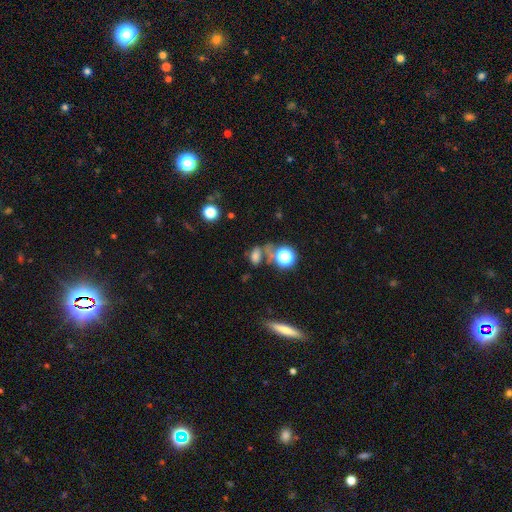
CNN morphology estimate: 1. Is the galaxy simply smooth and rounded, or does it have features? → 61% smooth, 25% star or artifact, 15% featured or disk.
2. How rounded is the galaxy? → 73% in between, 20% round, 7% cigar-shaped.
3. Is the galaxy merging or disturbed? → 45% none, 23% merger, 18% minor disturbance, 15% major disturbance.